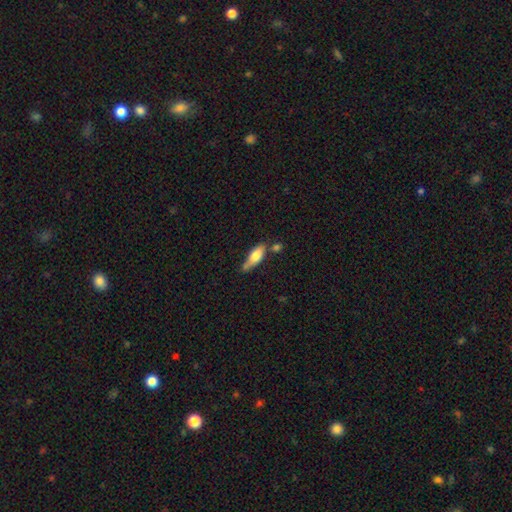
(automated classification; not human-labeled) Smooth or featured: smooth — 69% (featured or disk — 25%)
How rounded: in between — 63% (cigar-shaped — 34%)
Merging: none — 50% (minor disturbance — 24%)